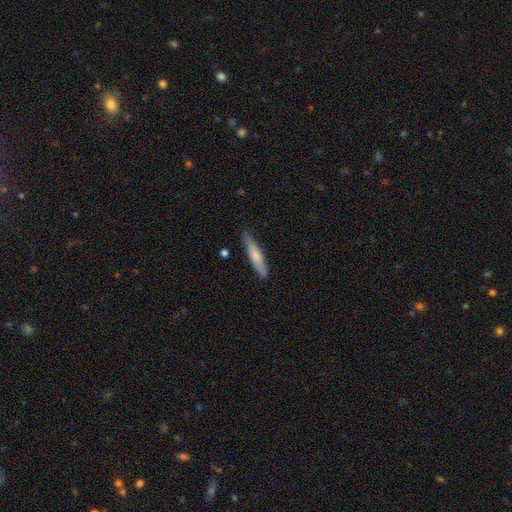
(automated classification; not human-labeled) The model was most divided on "smooth or featured": smooth: 67%, featured or disk: 27%, star or artifact: 6%. More confident: how rounded — cigar-shaped (87%); merging — none (85%).